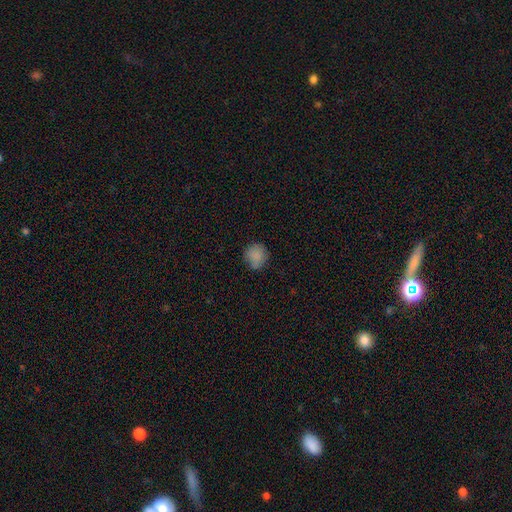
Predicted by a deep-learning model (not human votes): smooth-or-featured: smooth: 83% | star or artifact: 10% | featured or disk: 7%
  how-rounded: round: 85% | in between: 14% | cigar-shaped: 1%
  merging: none: 69% | minor disturbance: 22% | major disturbance: 5% | merger: 3%